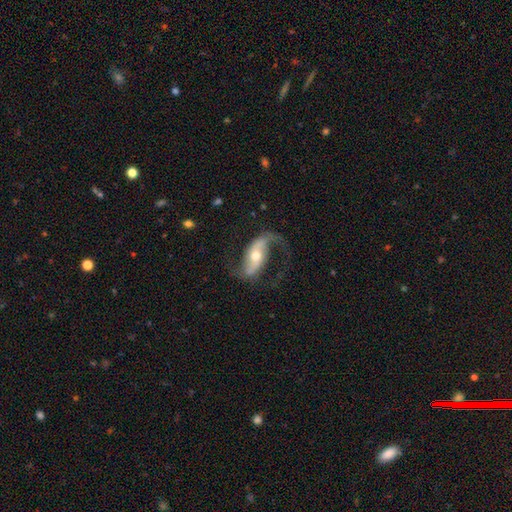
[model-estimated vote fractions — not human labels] Q: Smooth or featured?
A: featured or disk (85%); runner-up: smooth (10%)
Q: Edge-on disk?
A: no (94%); runner-up: yes (6%)
Q: Bar?
A: strong (37%); runner-up: weak (32%)
Q: Spiral arms?
A: yes (95%); runner-up: no (5%)
Q: Spiral winding?
A: loose (71%); runner-up: medium (23%)
Q: Spiral arm count?
A: 2 (89%); runner-up: 1 (6%)
Q: Bulge size?
A: moderate (62%); runner-up: small (31%)
Q: Merging?
A: none (68%); runner-up: minor disturbance (16%)